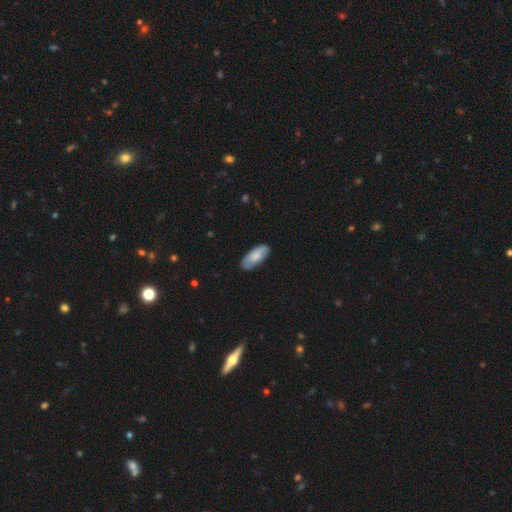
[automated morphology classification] Smooth or featured?
  - smooth: 74% *
  - featured or disk: 21%
  - star or artifact: 6%
How rounded?
  - in between: 83% *
  - cigar-shaped: 15%
  - round: 2%
Merging?
  - none: 83% *
  - minor disturbance: 13%
  - major disturbance: 2%
  - merger: 1%